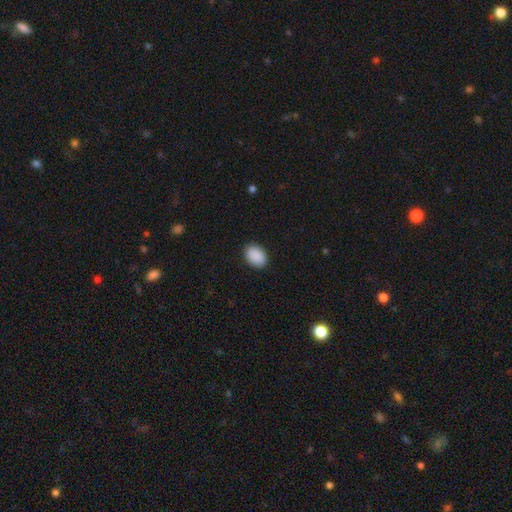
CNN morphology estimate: A smooth galaxy with no disk features (91%) that is in between round and cigar-shaped (82%).

Vote fractions:
- Smooth or featured? smooth: 91% / star or artifact: 7% / featured or disk: 2%
- How rounded? in between: 82% / round: 17% / cigar-shaped: 1%
- Merging? none: 89% / minor disturbance: 8% / major disturbance: 2% / merger: 1%